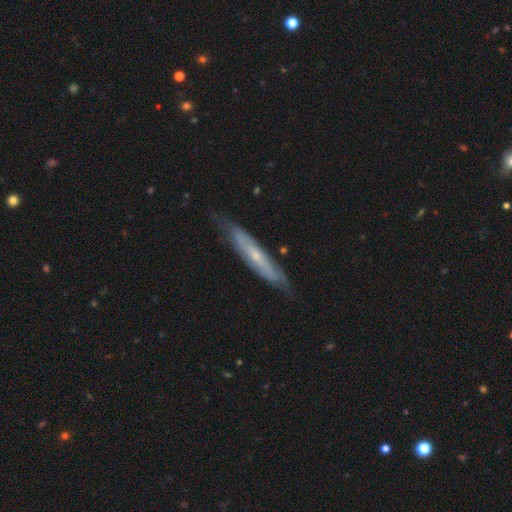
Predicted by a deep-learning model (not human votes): smooth-or-featured: featured or disk: 67% | smooth: 27% | star or artifact: 6%
  disk-edge-on: yes: 59% | no: 41%
  merging: none: 76% | minor disturbance: 19% | major disturbance: 4% | merger: 1%